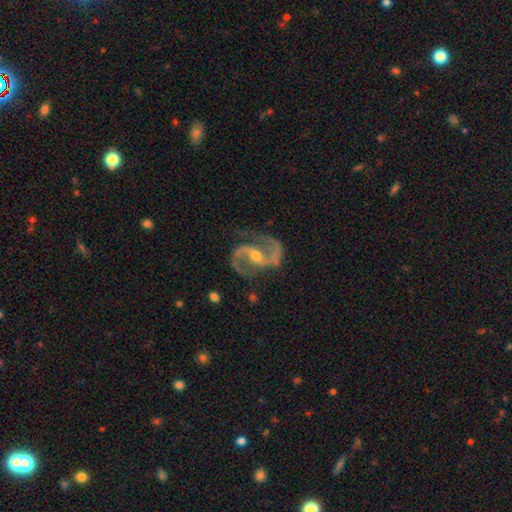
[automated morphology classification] Smooth or featured? Predicted: featured or disk (p=0.94). Edge-on disk? Predicted: no (p=0.98). Bar? Predicted: weak (p=0.41). Spiral arms? Predicted: yes (p=0.99). Spiral winding? Predicted: medium (p=0.65). Spiral arm count? Predicted: 2 (p=0.94). Bulge size? Predicted: moderate (p=0.51). Merging? Predicted: none (p=0.77).